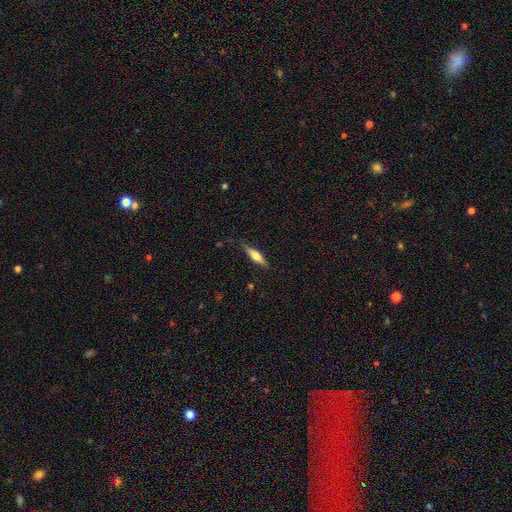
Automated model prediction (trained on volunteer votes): Smooth or featured?
  - smooth: 51% *
  - featured or disk: 43%
  - star or artifact: 6%
How rounded?
  - cigar-shaped: 72% *
  - in between: 26%
  - round: 2%
Merging?
  - none: 80% *
  - minor disturbance: 15%
  - major disturbance: 3%
  - merger: 1%